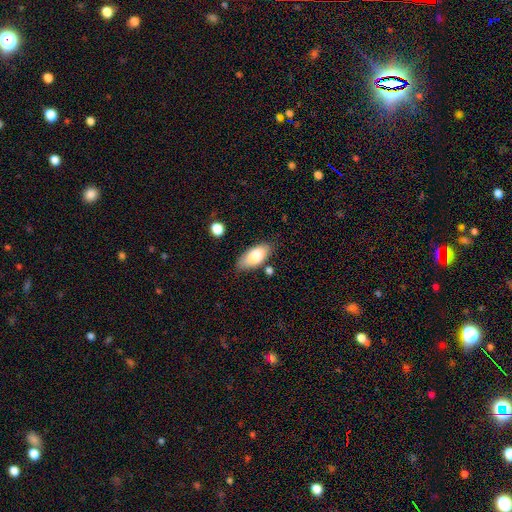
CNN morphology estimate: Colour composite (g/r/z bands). It shows a smooth galaxy with no disk features (83%) that is in between round and cigar-shaped (88%). Merging: none (75%).